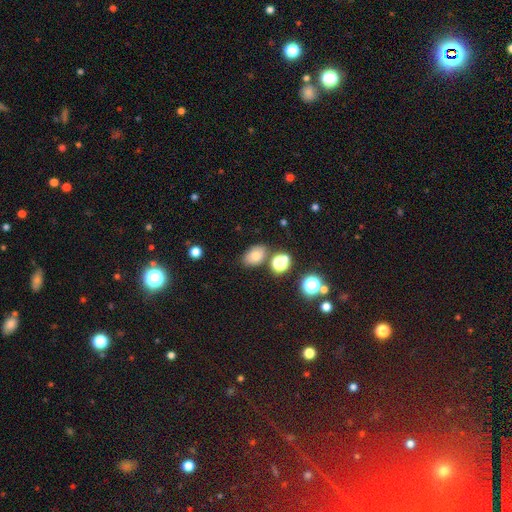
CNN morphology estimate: smooth_or_featured: smooth (p=0.72) [alt: star or artifact p=0.15]
how_rounded: in between (p=0.79) [alt: round p=0.19]
merging: none (p=0.75) [alt: minor disturbance p=0.13]